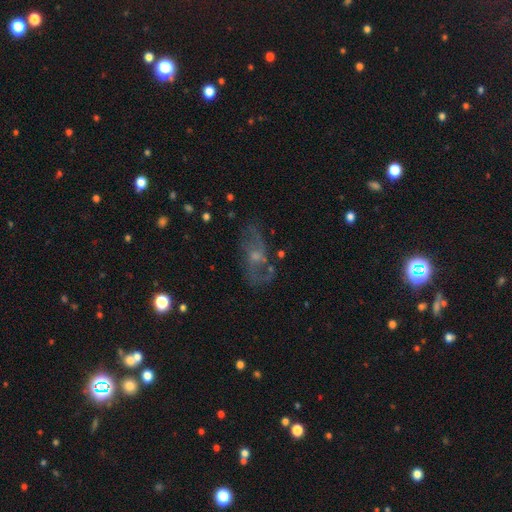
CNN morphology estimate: Smooth or featured? featured or disk (69%)
Edge-on disk? no (93%)
Bar? no (66%)
Spiral arms? yes (76%)
Bulge size? small (53%)
Merging? none (65%)